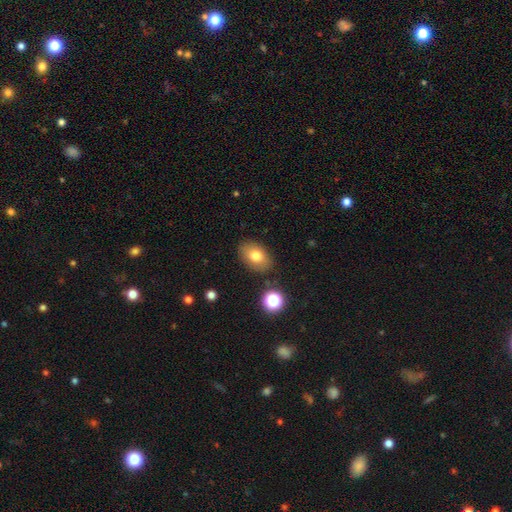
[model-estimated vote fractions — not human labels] The model was most divided on "smooth or featured": smooth: 78%, featured or disk: 12%, star or artifact: 10%. More confident: how rounded — in between (83%); merging — none (83%).